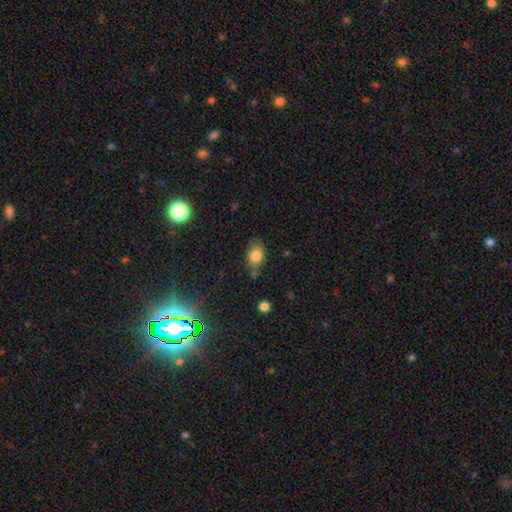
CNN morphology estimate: This appears to be a smooth galaxy with no disk features (82%) that is in between round and cigar-shaped (79%). Merging: none (64%).